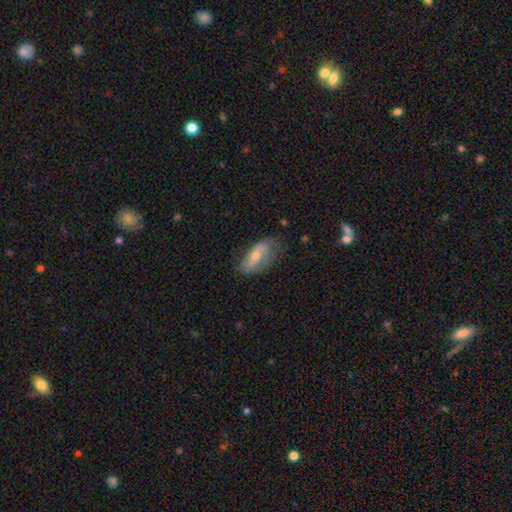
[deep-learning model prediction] Smooth or featured: featured or disk — 50% (smooth — 43%)
Merging: none — 54% (minor disturbance — 31%)